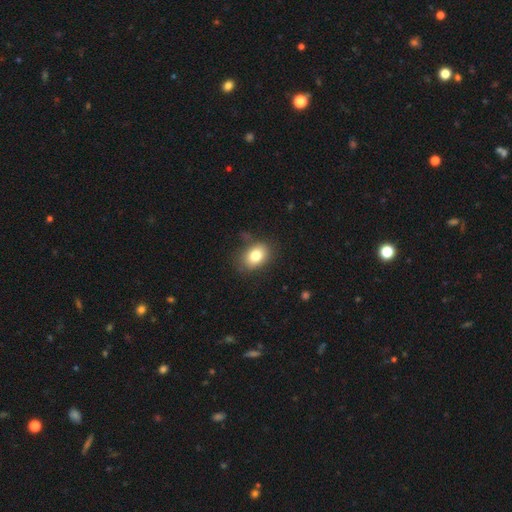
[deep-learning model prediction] A smooth galaxy with no disk features (80%) that is in between round and cigar-shaped (73%). Merging: none (75%).